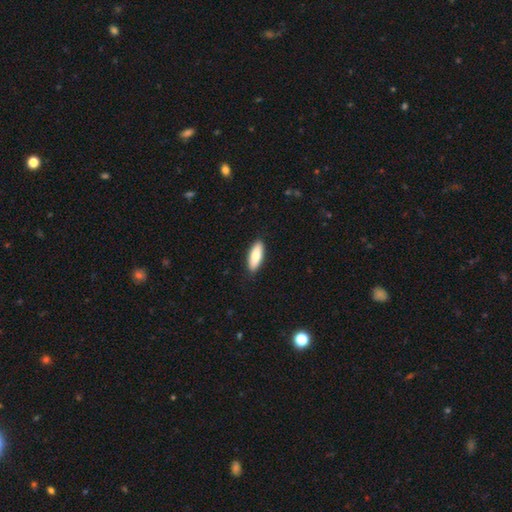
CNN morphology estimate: smooth_or_featured: smooth (p=0.82) [alt: featured or disk p=0.12]
how_rounded: in between (p=0.65) [alt: cigar-shaped p=0.33]
merging: none (p=0.89) [alt: minor disturbance p=0.08]